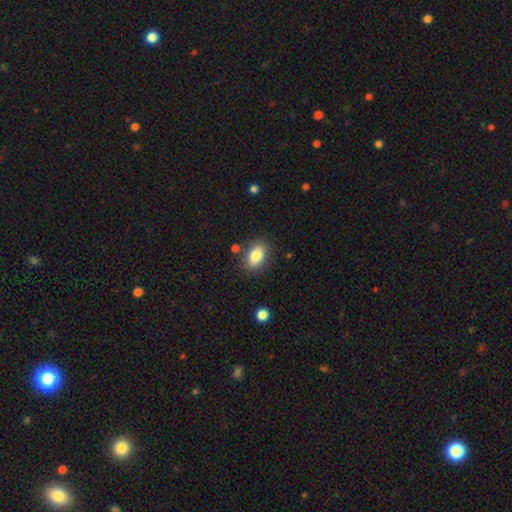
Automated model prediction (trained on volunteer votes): This appears to be a smooth galaxy with no disk features (84%) that is in between round and cigar-shaped (85%). Merging: none (82%).